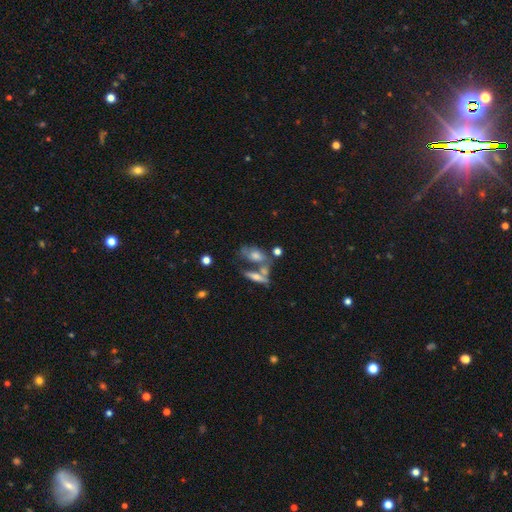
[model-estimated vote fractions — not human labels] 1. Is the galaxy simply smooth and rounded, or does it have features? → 49% smooth, 39% featured or disk, 12% star or artifact.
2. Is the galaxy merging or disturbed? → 41% merger, 35% none, 14% minor disturbance, 10% major disturbance.